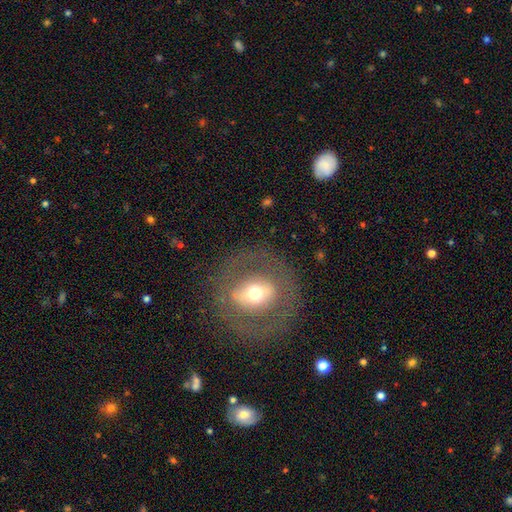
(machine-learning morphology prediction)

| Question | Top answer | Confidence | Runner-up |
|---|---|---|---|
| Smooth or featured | featured or disk | 60% | smooth (30%) |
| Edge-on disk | no | 91% | yes (9%) |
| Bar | no | 36% | strong (33%) |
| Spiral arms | no | 71% | yes (29%) |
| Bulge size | moderate | 61% | small (22%) |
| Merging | none | 81% | minor disturbance (10%) |